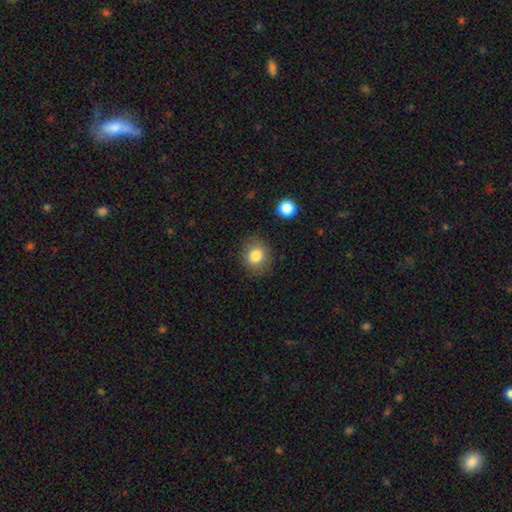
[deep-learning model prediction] This is clearly a smooth galaxy (82%). How rounded: likely round (71%). Merging: clearly none (84%).